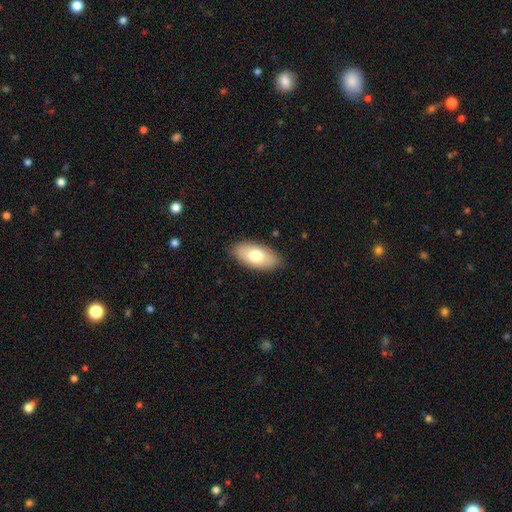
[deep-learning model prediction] Smooth or featured? Predicted: smooth (p=0.73). How rounded? Predicted: in between (p=0.92). Merging? Predicted: none (p=0.86).